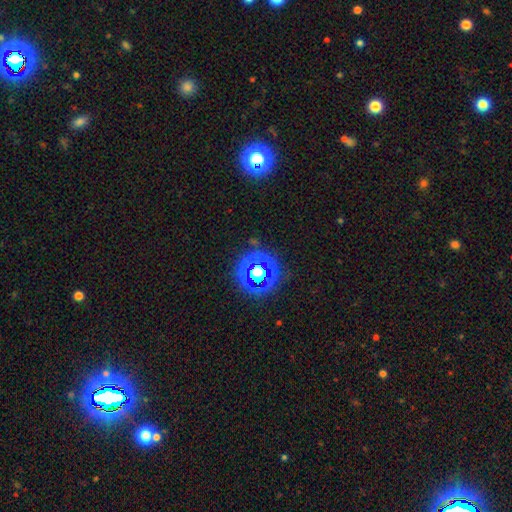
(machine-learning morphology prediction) Smooth or featured: star or artifact — 70% (smooth — 24%)